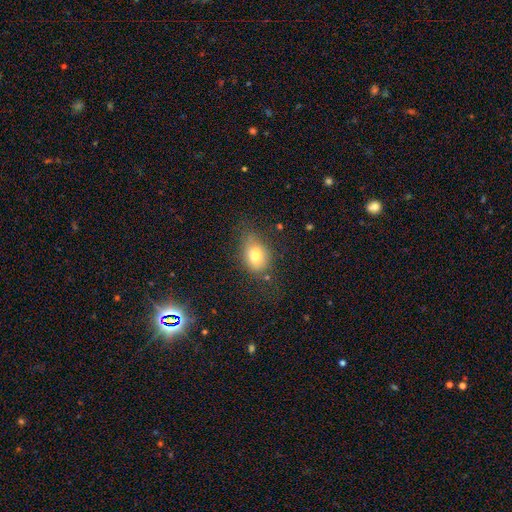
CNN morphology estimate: This is likely a smooth galaxy (74%). How rounded: likely in between (63%). Merging: likely none (60%).